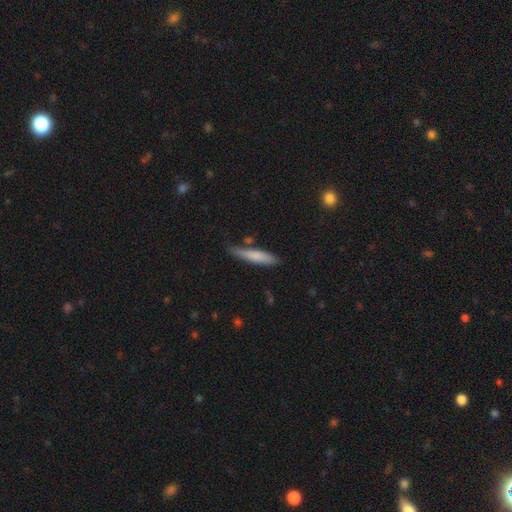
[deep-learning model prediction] Smooth or featured?
  - smooth: 75% *
  - featured or disk: 19%
  - star or artifact: 6%
How rounded?
  - cigar-shaped: 84% *
  - in between: 14%
  - round: 1%
Merging?
  - none: 70% *
  - minor disturbance: 21%
  - merger: 5%
  - major disturbance: 4%